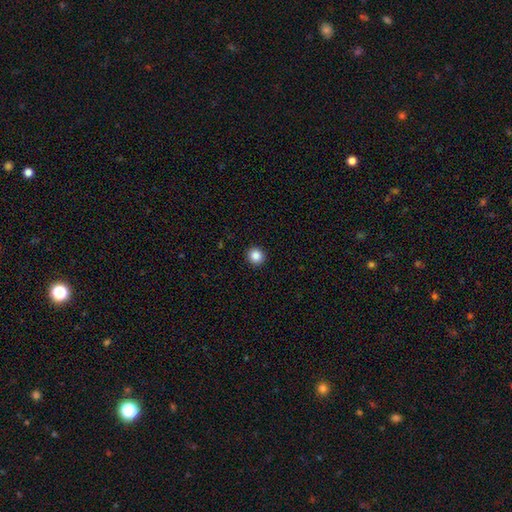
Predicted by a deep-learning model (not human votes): The model was most divided on "smooth or featured": smooth: 87%, star or artifact: 10%, featured or disk: 3%. More confident: how rounded — round (94%); merging — none (93%).